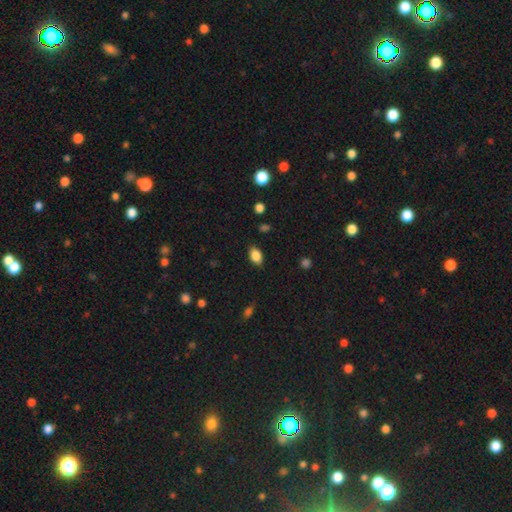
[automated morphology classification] Smooth or featured: smooth — 86% (star or artifact — 9%)
How rounded: in between — 89% (round — 9%)
Merging: none — 84% (minor disturbance — 12%)